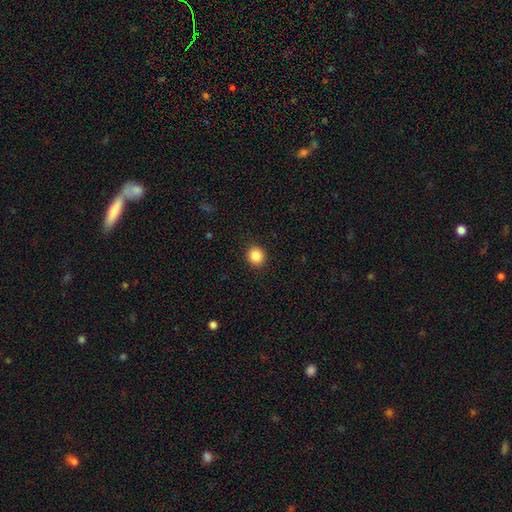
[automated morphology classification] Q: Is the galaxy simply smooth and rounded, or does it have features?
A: smooth — 86%.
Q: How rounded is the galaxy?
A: round — 88%.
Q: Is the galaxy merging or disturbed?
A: none — 92%.